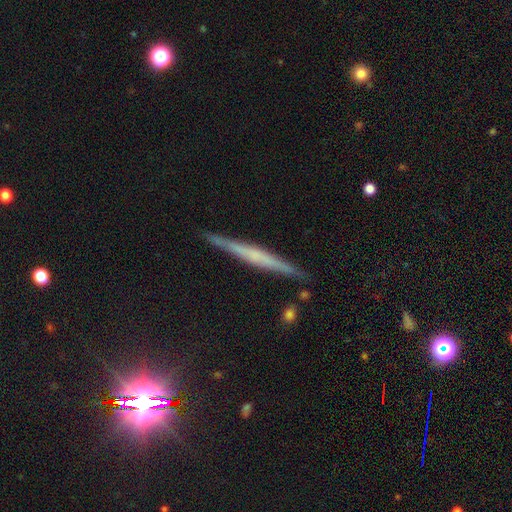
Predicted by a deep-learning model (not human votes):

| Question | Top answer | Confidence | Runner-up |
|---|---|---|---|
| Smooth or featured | featured or disk | 61% | smooth (30%) |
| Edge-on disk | yes | 97% | no (3%) |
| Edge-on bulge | none | 58% | rounded (24%) |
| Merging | none | 88% | minor disturbance (9%) |